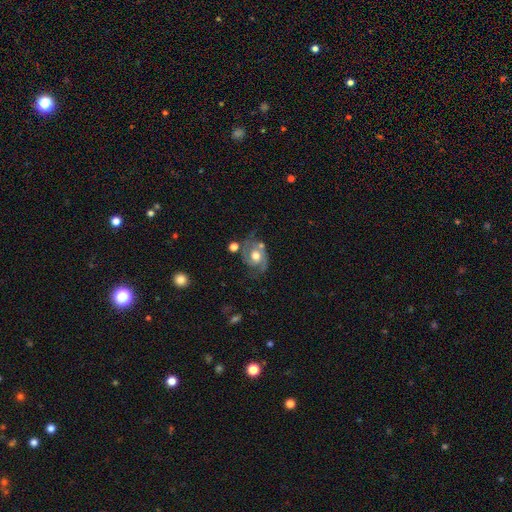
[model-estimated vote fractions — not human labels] A featured or disk galaxy (77%) with no bar (71%), 2 (81%) medium (48%) spiral arms (89%) and a moderate central bulge (68%).

Vote fractions:
- Smooth or featured? featured or disk: 77% / smooth: 16% / star or artifact: 7%
- Edge-on disk? no: 97% / yes: 3%
- Bar? no: 71% / weak: 24% / strong: 5%
- Spiral arms? yes: 89% / no: 11%
- Spiral winding? medium: 48% / tight: 31% / loose: 21%
- Spiral arm count? 2: 81% / can't tell: 7% / 1: 6% / 3: 2% / 4: 1% / more than 4: 1%
- Bulge size? moderate: 68% / large: 22% / small: 7% / dominant: 2% / none: 1%
- Merging? none: 52% / minor disturbance: 23% / major disturbance: 15% / merger: 10%